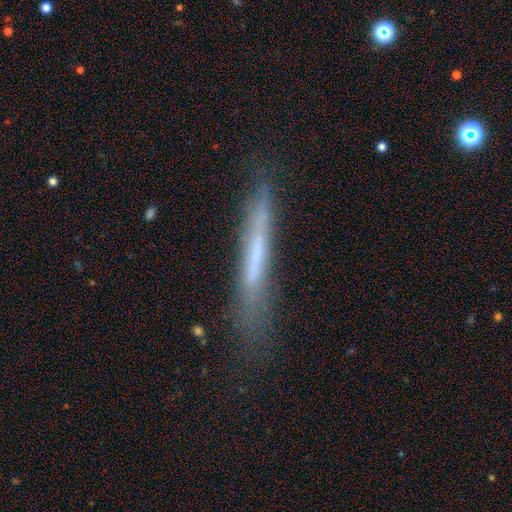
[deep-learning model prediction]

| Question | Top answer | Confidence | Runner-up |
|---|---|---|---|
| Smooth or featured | smooth | 46% | tied: featured or disk (46%) |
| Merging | none | 75% | minor disturbance (17%) |